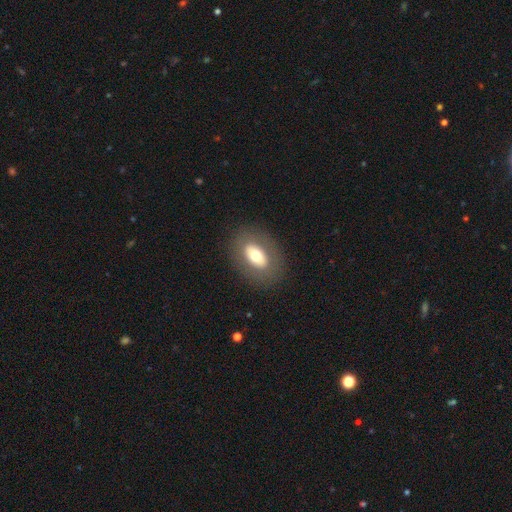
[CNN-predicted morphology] Overall: smooth (61%; featured or disk 32%). How rounded: in between (85%). Merging: none (84%).